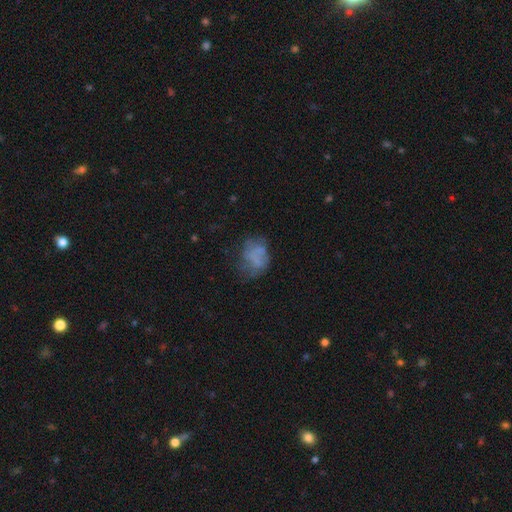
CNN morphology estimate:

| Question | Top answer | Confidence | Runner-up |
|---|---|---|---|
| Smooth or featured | smooth | 51% | featured or disk (35%) |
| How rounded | in between | 66% | round (33%) |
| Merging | none | 42% | minor disturbance (27%) |